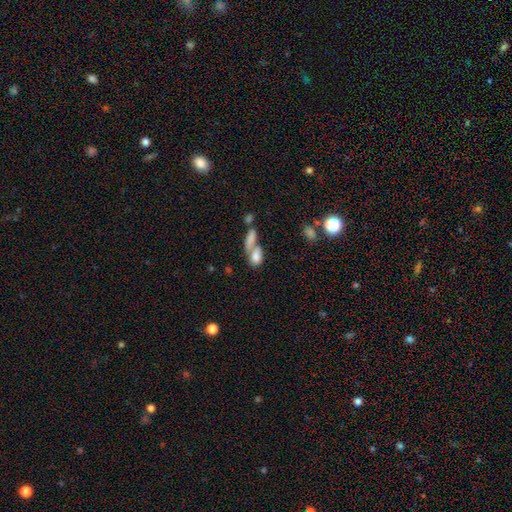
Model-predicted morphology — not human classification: A smooth galaxy with no disk features (76%) that is in between round and cigar-shaped (77%). Merging: merger (60%).